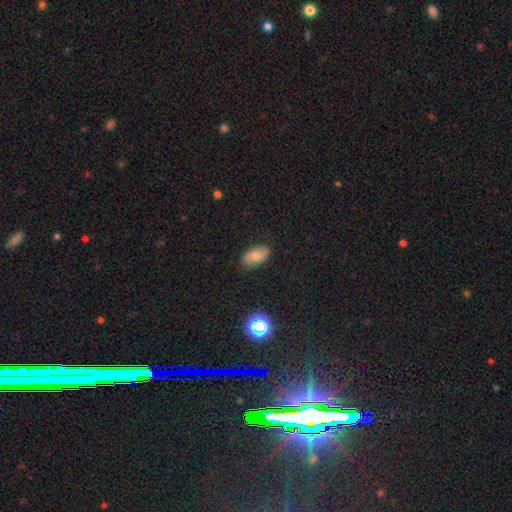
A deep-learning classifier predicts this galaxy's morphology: Smooth or featured? smooth (66%)
How rounded? in between (92%)
Merging? none (85%)